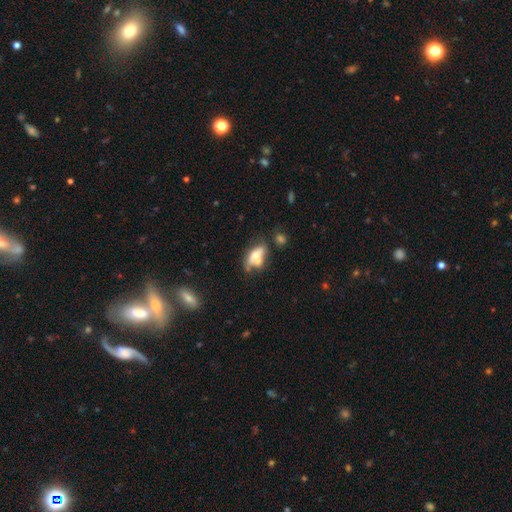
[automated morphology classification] The model was most divided on "merging": none: 34%, merger: 31%, minor disturbance: 21%, major disturbance: 14%. More confident: how rounded — in between (82%); smooth or featured — smooth (52%).